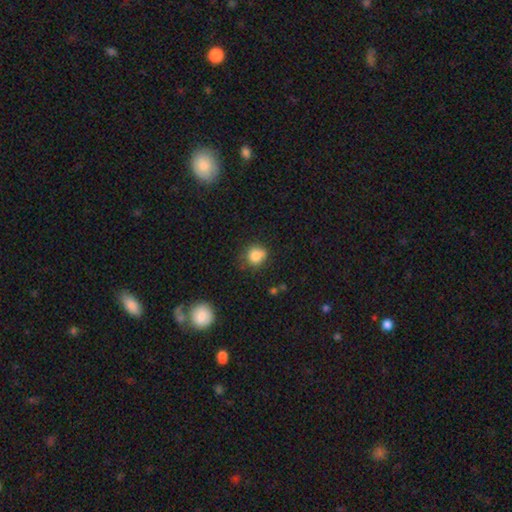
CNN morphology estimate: This appears to be a smooth galaxy with no disk features (81%) that is round (80%). Merging: none (63%).